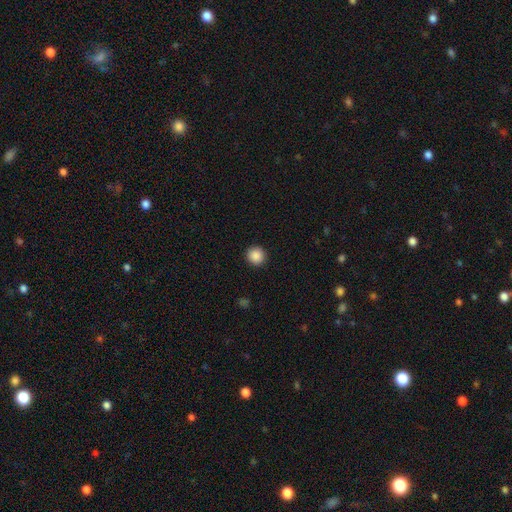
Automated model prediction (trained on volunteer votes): Overall: smooth (88%). How rounded: round (95%). Merging: none (93%).